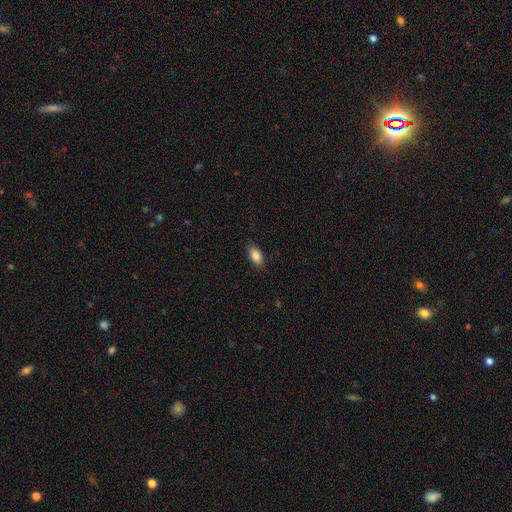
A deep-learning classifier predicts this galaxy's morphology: This is clearly a smooth galaxy (86%). How rounded: clearly in between (90%). Merging: clearly none (85%).